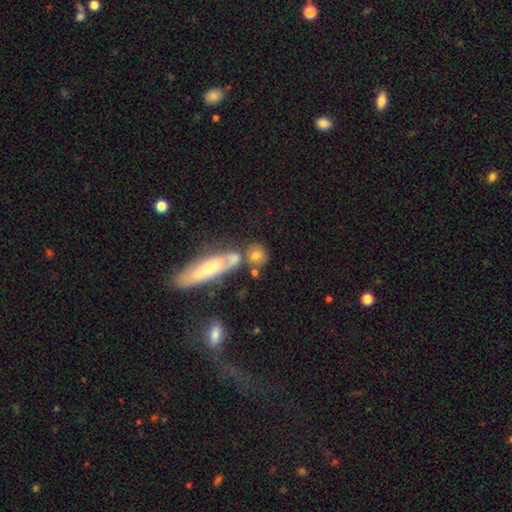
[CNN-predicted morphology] smooth_or_featured: smooth (p=0.66) [alt: featured or disk p=0.23]
how_rounded: round (p=0.56) [alt: in between p=0.32]
merging: none (p=0.50) [alt: merger p=0.29]